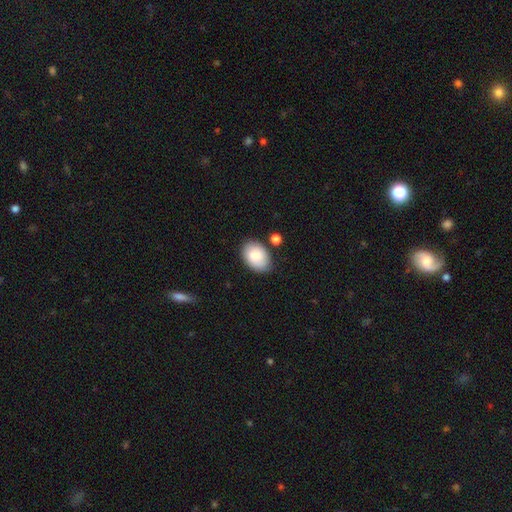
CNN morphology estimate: A smooth galaxy with no disk features (86%) that is in between round and cigar-shaped (84%). Merging: none (75%).